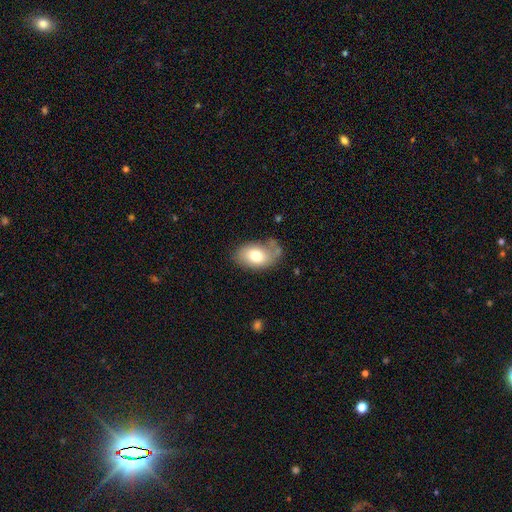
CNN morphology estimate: Smooth or featured? Predicted: smooth (p=0.75). How rounded? Predicted: in between (p=0.88). Merging? Predicted: none (p=0.60).